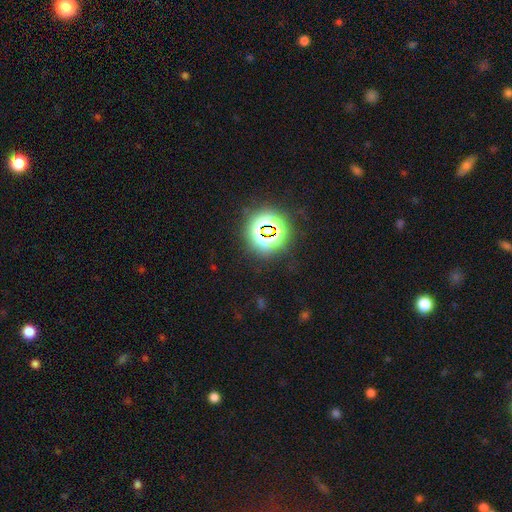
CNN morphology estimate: The model was most divided on "smooth or featured": star or artifact: 81%, smooth: 12%, featured or disk: 7%.